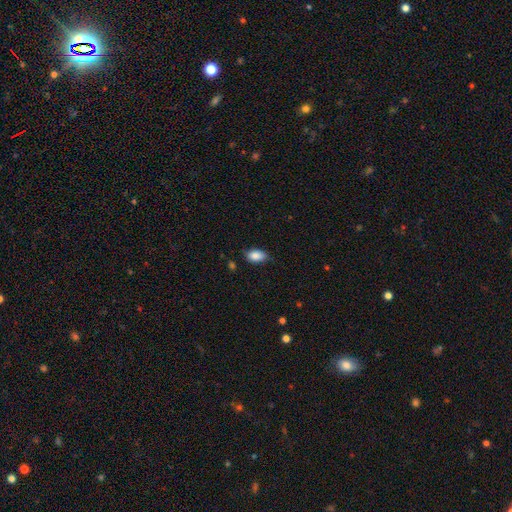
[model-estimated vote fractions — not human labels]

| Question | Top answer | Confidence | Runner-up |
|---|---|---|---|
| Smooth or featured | smooth | 87% | star or artifact (7%) |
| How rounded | in between | 90% | round (8%) |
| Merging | none | 76% | minor disturbance (20%) |